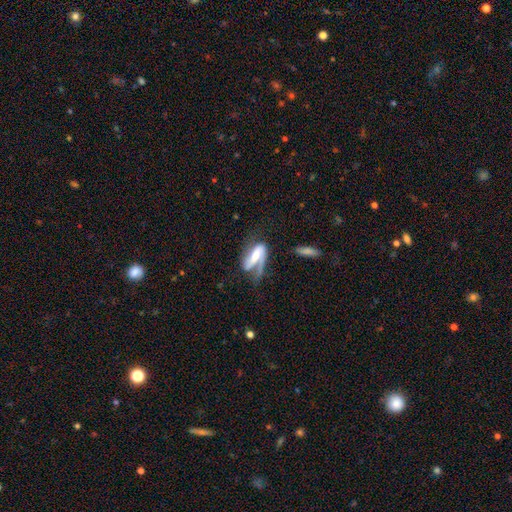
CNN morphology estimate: A featured or disk galaxy (73%) with a strong bar (50%), 2 (57%) loose (47%) spiral arms (87%) and a moderate central bulge (50%). Merging: none (39%).